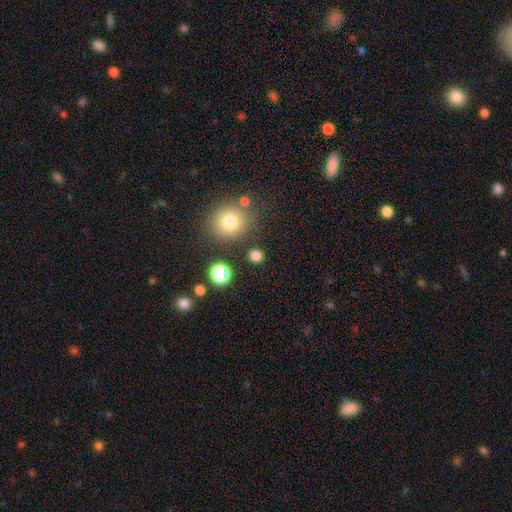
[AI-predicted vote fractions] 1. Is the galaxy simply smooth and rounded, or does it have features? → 78% smooth, 17% star or artifact, 5% featured or disk.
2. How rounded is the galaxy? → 87% round, 12% in between, 1% cigar-shaped.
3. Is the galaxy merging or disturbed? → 85% none, 7% minor disturbance, 5% merger, 3% major disturbance.